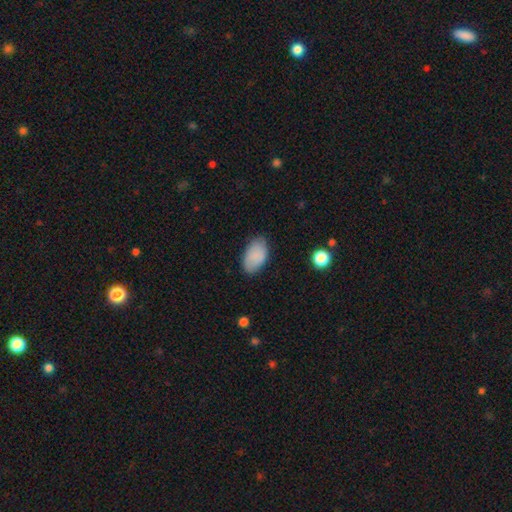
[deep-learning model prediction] A smooth galaxy with no disk features (85%) that is in between round and cigar-shaped (94%).

Vote fractions:
- Smooth or featured? smooth: 85% / featured or disk: 8% / star or artifact: 7%
- How rounded? in between: 94% / round: 5% / cigar-shaped: 1%
- Merging? none: 78% / minor disturbance: 17% / major disturbance: 3% / merger: 1%